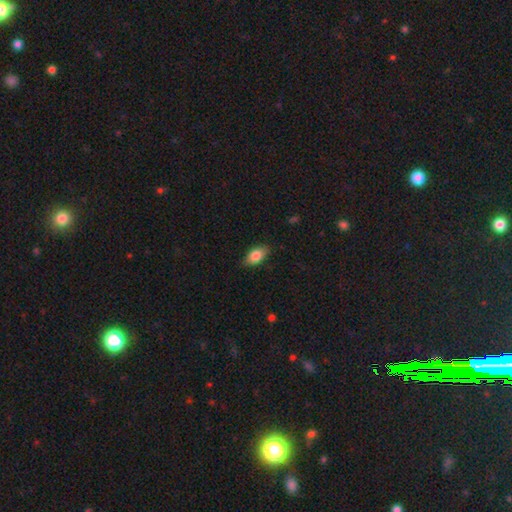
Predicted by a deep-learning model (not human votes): Morphology: type=smooth (81%); roundness=in between (88%); merging=none (82%).